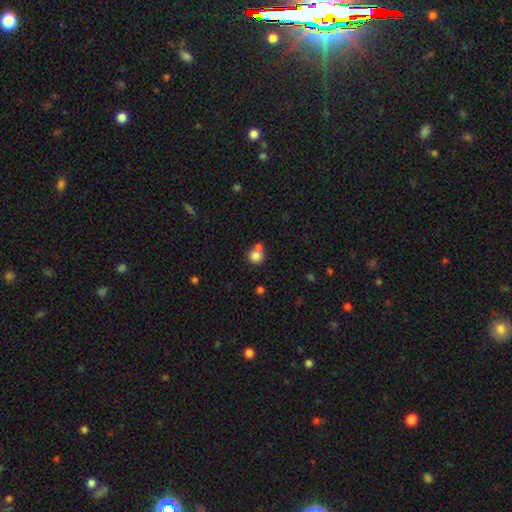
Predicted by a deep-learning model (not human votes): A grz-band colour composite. It shows a smooth galaxy with no disk features (82%) that is round (89%). Merging: none (52%).